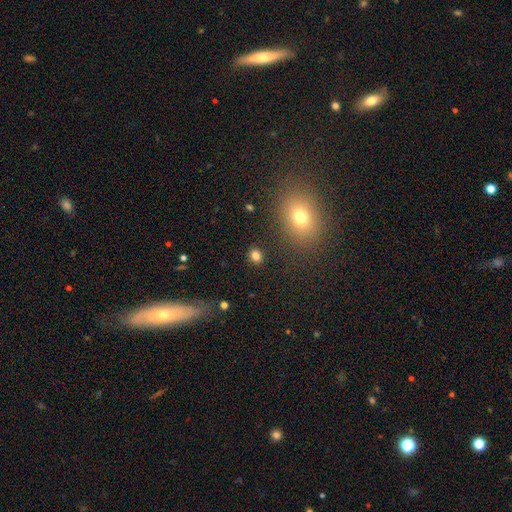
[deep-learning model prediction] This appears to be a smooth galaxy with no disk features (81%) that is round (68%). Merging: none (88%).